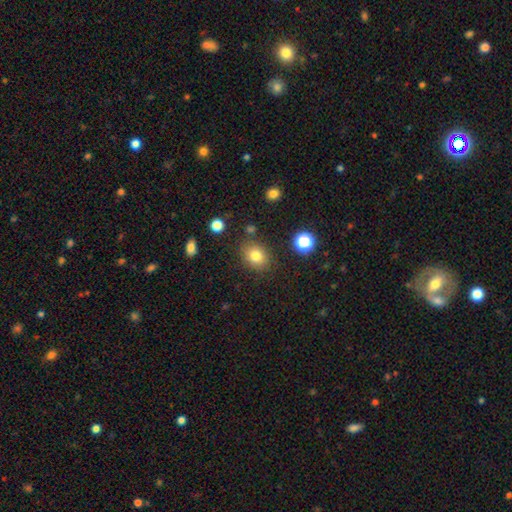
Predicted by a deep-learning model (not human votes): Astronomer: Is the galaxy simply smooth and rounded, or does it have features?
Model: smooth — 80%.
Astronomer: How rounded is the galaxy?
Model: round — 52% (runner-up: in between, 47%).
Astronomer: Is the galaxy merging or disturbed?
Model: none — 81%.